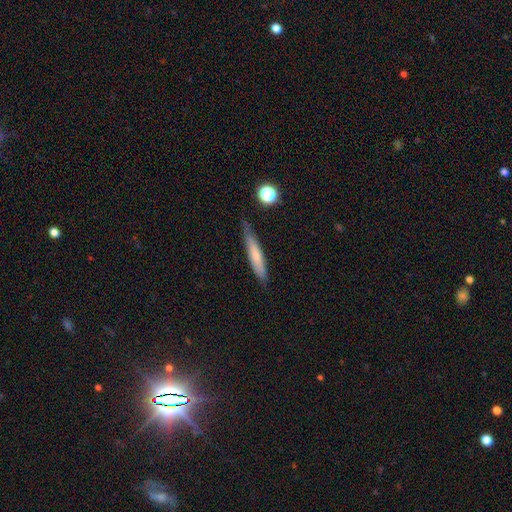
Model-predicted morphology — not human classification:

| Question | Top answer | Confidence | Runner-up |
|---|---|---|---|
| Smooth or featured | smooth | 66% | featured or disk (27%) |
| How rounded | cigar-shaped | 91% | in between (8%) |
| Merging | none | 77% | minor disturbance (18%) |